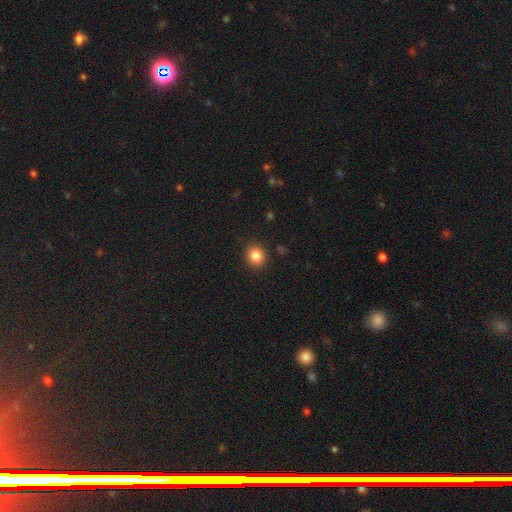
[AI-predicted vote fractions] Smooth or featured? Predicted: smooth (p=0.85). How rounded? Predicted: round (p=0.77). Merging? Predicted: none (p=0.90).